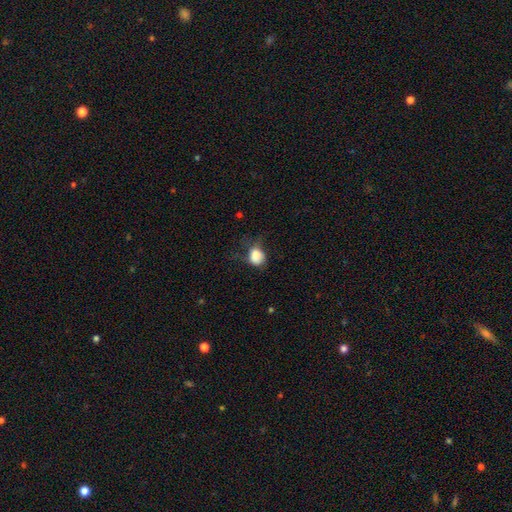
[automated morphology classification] Smooth or featured? smooth (83%)
How rounded? round (62%)
Merging? none (36%)